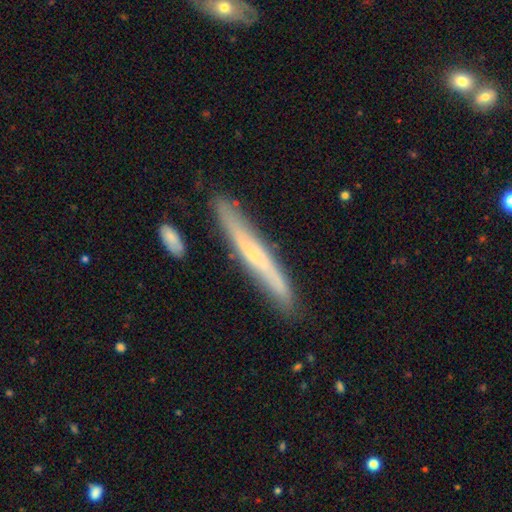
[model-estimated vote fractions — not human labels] Morphology: type=featured or disk (61%); edge-on=yes (87%); edge-on bulge=rounded (50%); merging=none (83%).